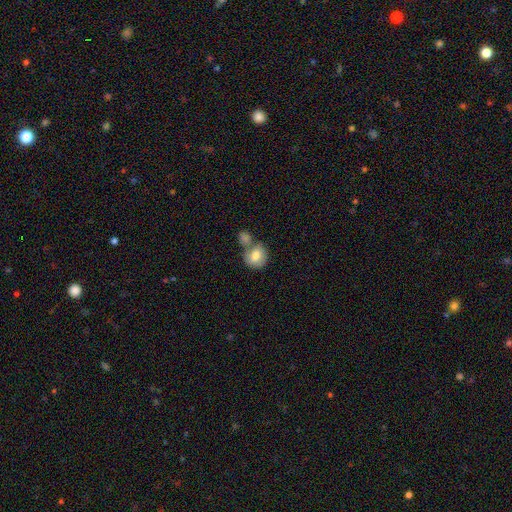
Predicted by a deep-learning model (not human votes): Smooth or featured: smooth — 76% (featured or disk — 16%)
How rounded: round — 72% (in between — 27%)
Merging: merger — 43% (none — 40%)